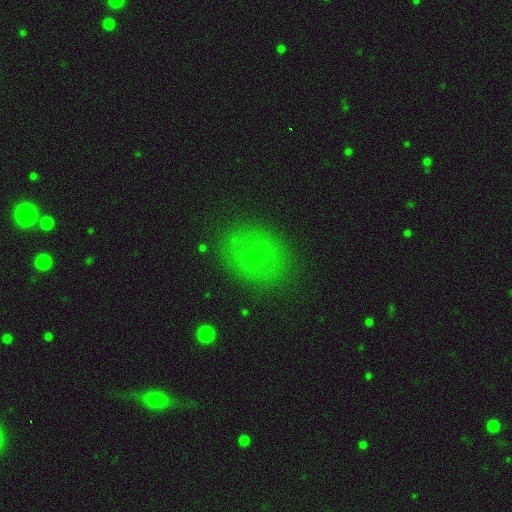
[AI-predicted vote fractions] Smooth or featured: smooth — 51% (featured or disk — 33%)
How rounded: in between — 51% (round — 47%)
Merging: none — 76% (minor disturbance — 15%)